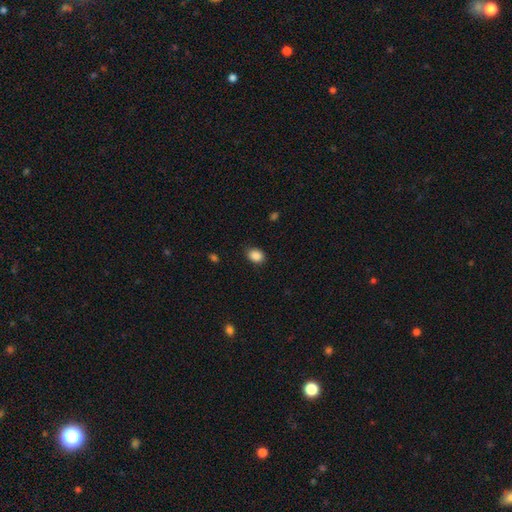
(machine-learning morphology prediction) Smooth or featured?
  - smooth: 88% *
  - star or artifact: 9%
  - featured or disk: 3%
How rounded?
  - in between: 65% *
  - round: 34%
  - cigar-shaped: 1%
Merging?
  - none: 86% *
  - minor disturbance: 11%
  - major disturbance: 2%
  - merger: 1%